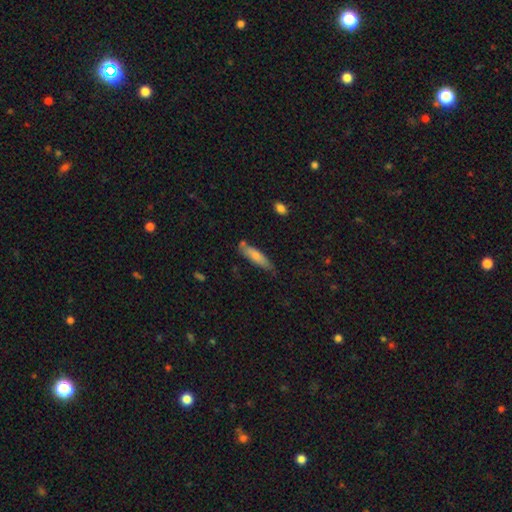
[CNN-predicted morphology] Smooth or featured? Predicted: smooth (p=0.71). How rounded? Predicted: cigar-shaped (p=0.69). Merging? Predicted: none (p=0.66).